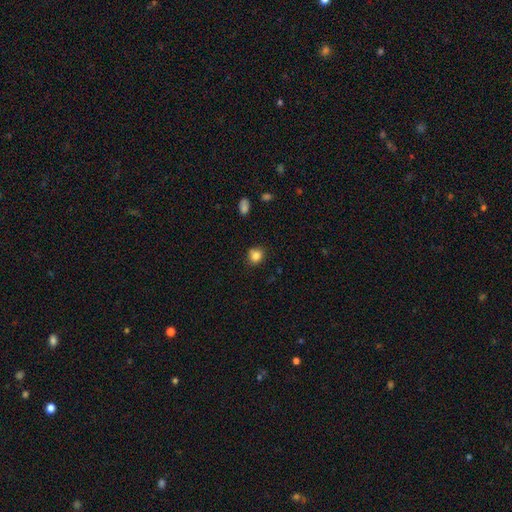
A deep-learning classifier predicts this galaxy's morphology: A smooth galaxy with no disk features (84%) that is round (78%). Merging: none (83%).